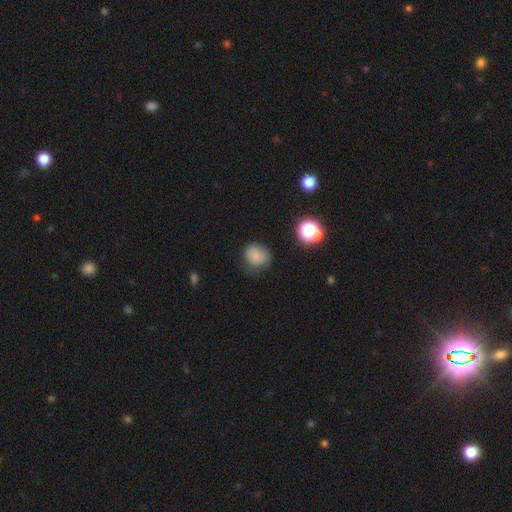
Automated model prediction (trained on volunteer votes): Smooth or featured: smooth — 77% (star or artifact — 14%)
How rounded: round — 70% (in between — 29%)
Merging: none — 65% (minor disturbance — 25%)